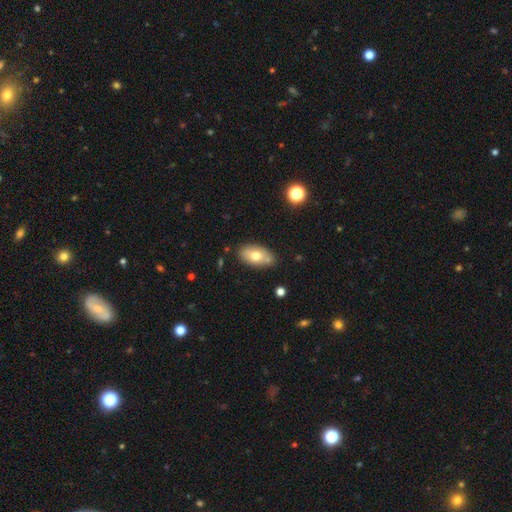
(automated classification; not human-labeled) smooth 70%, featured or disk 22%, star or artifact 8%. Down the decision tree: how rounded — in between (92%); merging — none (76%).